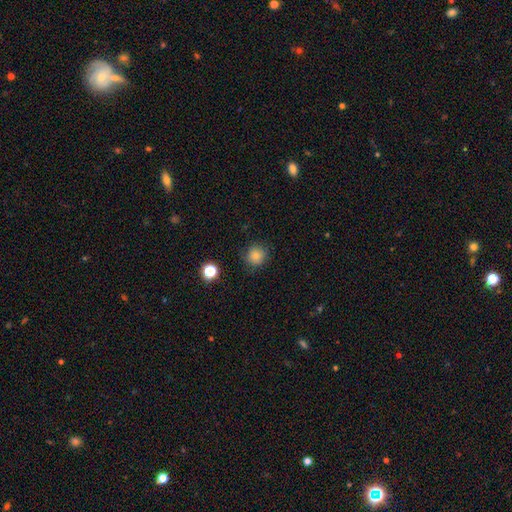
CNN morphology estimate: A smooth galaxy with no disk features (81%) that is round (93%). Merging: none (86%).